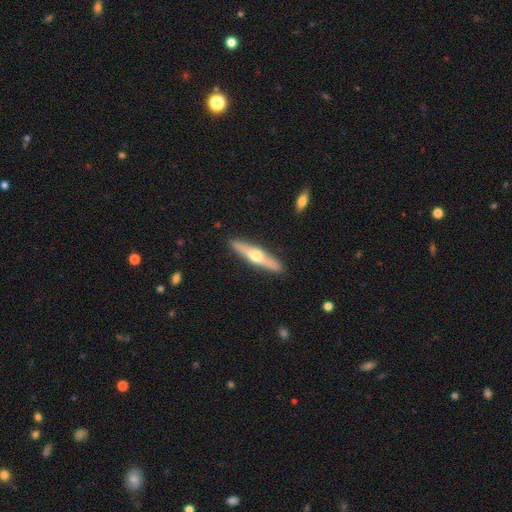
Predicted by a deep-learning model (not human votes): smooth_or_featured: featured or disk (p=0.64) [alt: smooth p=0.31]
disk_edge_on: yes (p=0.96) [alt: no p=0.04]
edge_on_bulge: rounded (p=0.94) [alt: none p=0.03]
merging: none (p=0.90) [alt: minor disturbance p=0.07]